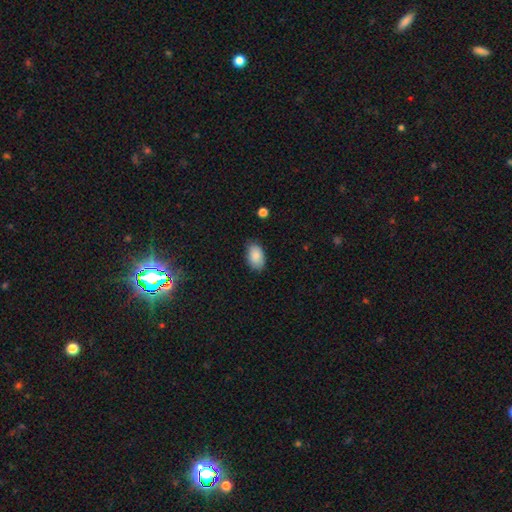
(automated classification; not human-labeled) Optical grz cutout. It shows a smooth galaxy with no disk features (86%) that is in between round and cigar-shaped (92%). Merging: none (79%).